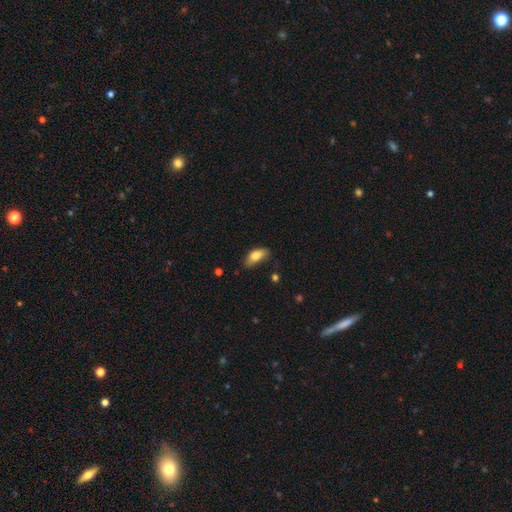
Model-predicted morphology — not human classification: Q: Smooth or featured?
A: smooth (78%); runner-up: featured or disk (15%)
Q: How rounded?
A: in between (86%); runner-up: cigar-shaped (11%)
Q: Merging?
A: none (57%); runner-up: minor disturbance (33%)